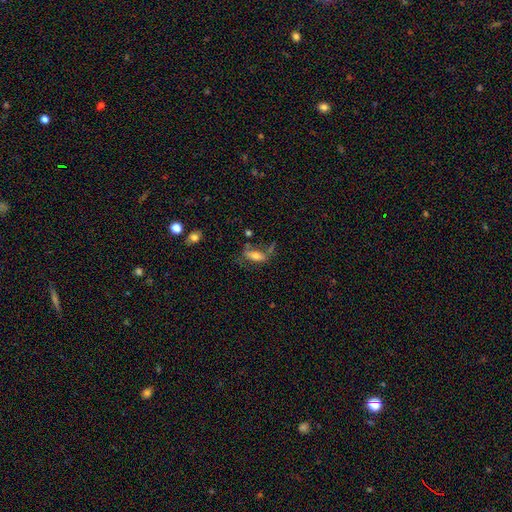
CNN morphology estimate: Smooth or featured?
  - smooth: 58% *
  - featured or disk: 32%
  - star or artifact: 10%
How rounded?
  - in between: 74% *
  - cigar-shaped: 22%
  - round: 4%
Merging?
  - none: 42% *
  - major disturbance: 23%
  - minor disturbance: 21%
  - merger: 13%